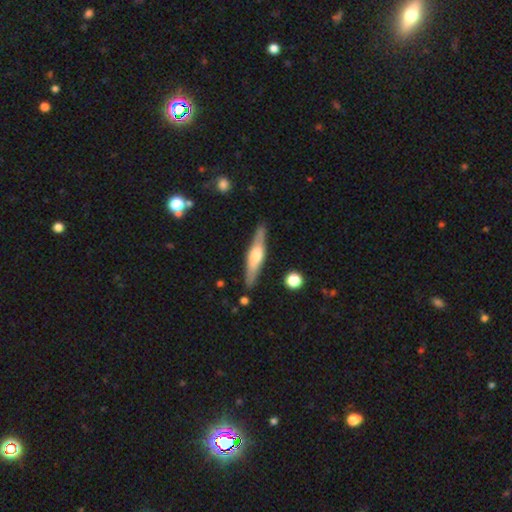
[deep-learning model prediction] Overall: featured or disk (59%; smooth 35%). Edge-on disk: yes (94%). Edge-on bulge: rounded (78%). Merging: none (87%).